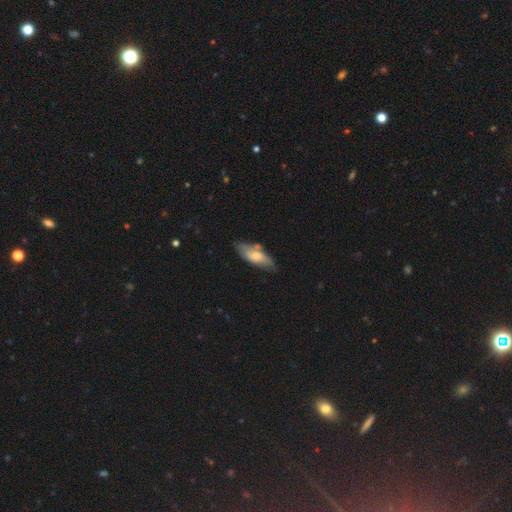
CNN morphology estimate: This appears to be a smooth galaxy with no disk features (61%) that is in between round and cigar-shaped (76%). Merging: none (55%).